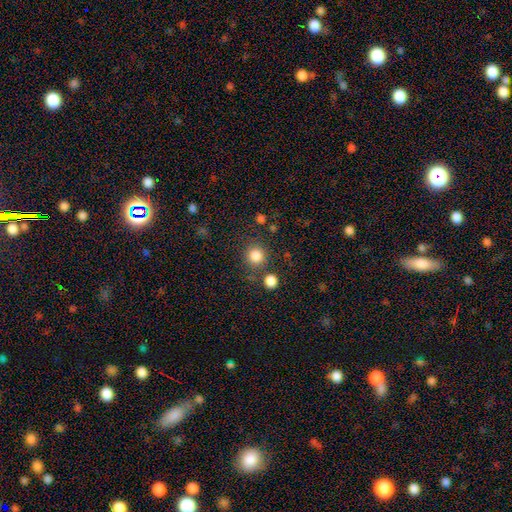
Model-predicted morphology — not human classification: smooth_or_featured: smooth (p=0.84) [alt: star or artifact p=0.11]
how_rounded: round (p=0.92) [alt: in between p=0.07]
merging: none (p=0.81) [alt: minor disturbance p=0.08]